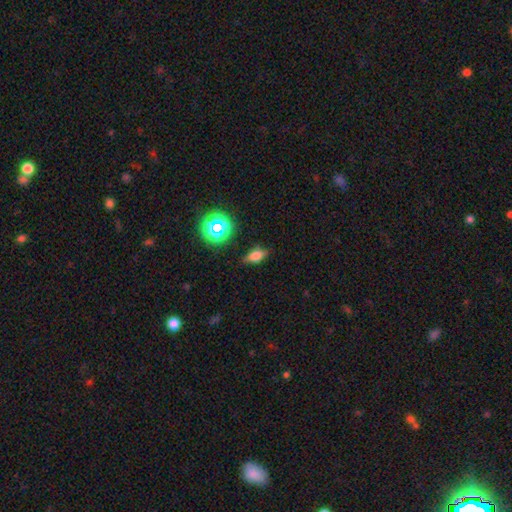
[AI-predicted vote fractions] Morphology: type=smooth (65%); roundness=in between (75%); merging=none (80%).